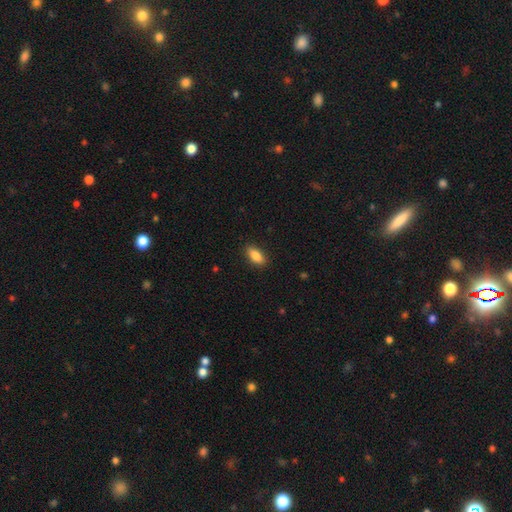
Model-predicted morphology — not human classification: A smooth galaxy with no disk features (87%) that is in between round and cigar-shaped (87%).

Vote fractions:
- Smooth or featured? smooth: 87% / star or artifact: 7% / featured or disk: 6%
- How rounded? in between: 87% / cigar-shaped: 10% / round: 3%
- Merging? none: 88% / minor disturbance: 9% / major disturbance: 2% / merger: 1%